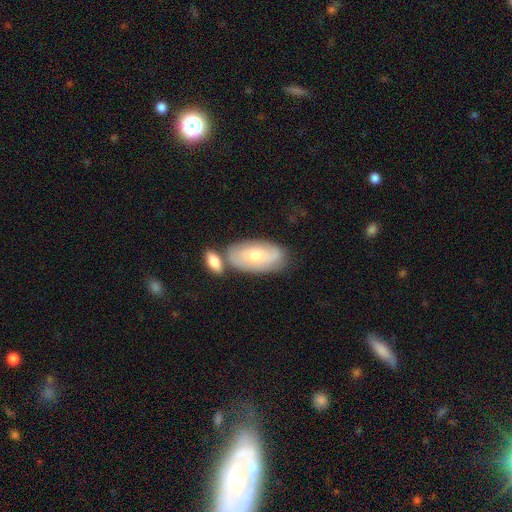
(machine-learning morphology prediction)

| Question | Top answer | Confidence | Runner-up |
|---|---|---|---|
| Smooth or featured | smooth | 53% | featured or disk (41%) |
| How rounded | in between | 92% | cigar-shaped (4%) |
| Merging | none | 55% | merger (25%) |